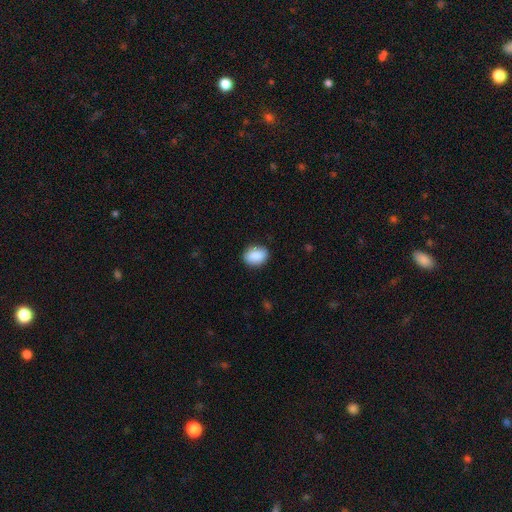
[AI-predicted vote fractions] Smooth or featured?
  - smooth: 88% *
  - star or artifact: 7%
  - featured or disk: 5%
How rounded?
  - in between: 66% *
  - round: 32%
  - cigar-shaped: 1%
Merging?
  - none: 85% *
  - minor disturbance: 12%
  - major disturbance: 3%
  - merger: 1%